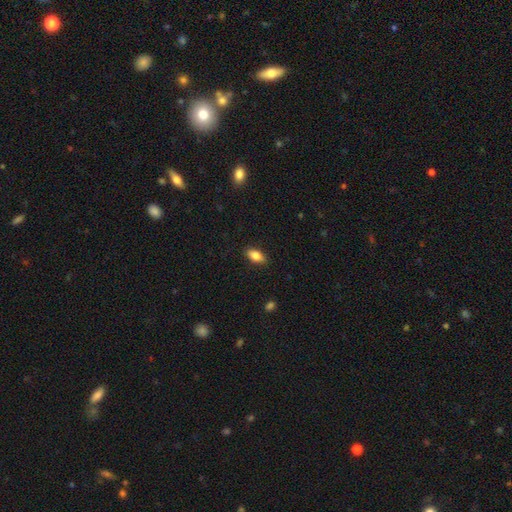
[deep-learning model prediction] Q: Smooth or featured?
A: smooth (81%); runner-up: featured or disk (12%)
Q: How rounded?
A: in between (87%); runner-up: cigar-shaped (8%)
Q: Merging?
A: none (88%); runner-up: minor disturbance (9%)